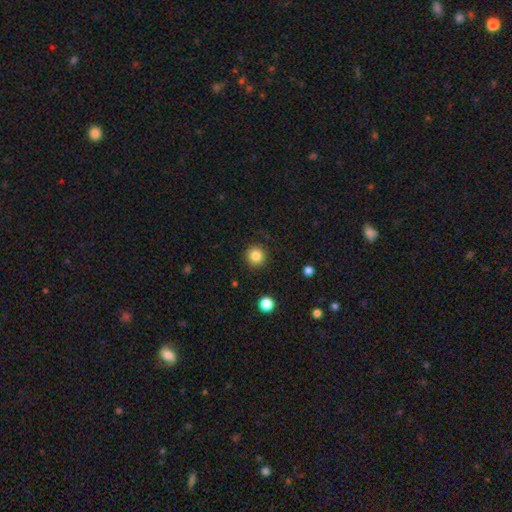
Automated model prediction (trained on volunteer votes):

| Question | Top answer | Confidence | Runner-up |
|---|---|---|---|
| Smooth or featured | smooth | 84% | star or artifact (11%) |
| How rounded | round | 94% | in between (5%) |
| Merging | none | 90% | minor disturbance (6%) |